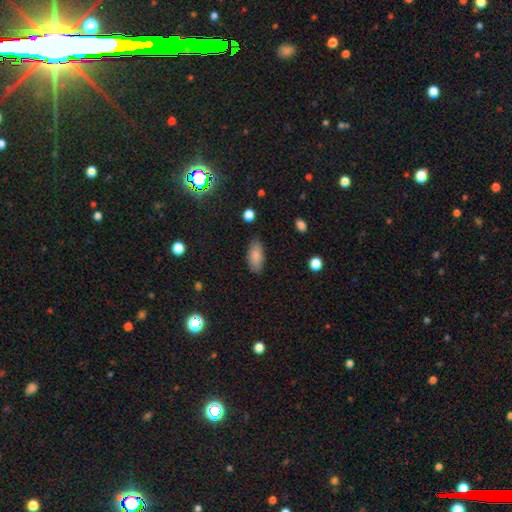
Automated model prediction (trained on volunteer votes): Smooth or featured?
  - smooth: 85% *
  - featured or disk: 8%
  - star or artifact: 8%
How rounded?
  - in between: 86% *
  - cigar-shaped: 12%
  - round: 3%
Merging?
  - none: 82% *
  - minor disturbance: 13%
  - major disturbance: 3%
  - merger: 1%